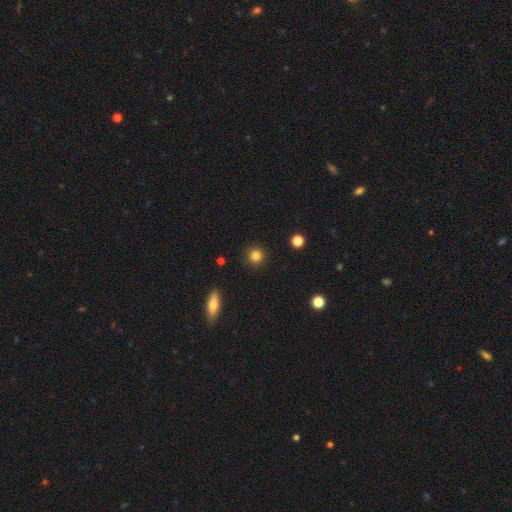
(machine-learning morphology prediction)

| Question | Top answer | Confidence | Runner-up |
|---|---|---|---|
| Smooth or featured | smooth | 84% | star or artifact (11%) |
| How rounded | round | 94% | in between (5%) |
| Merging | none | 91% | minor disturbance (5%) |